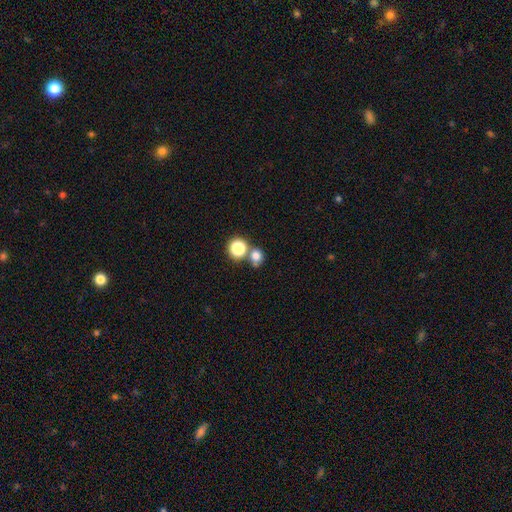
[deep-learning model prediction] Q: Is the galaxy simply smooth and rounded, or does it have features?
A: smooth — 76%.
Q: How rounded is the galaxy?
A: round — 79%.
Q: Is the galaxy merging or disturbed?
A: none — 54%.